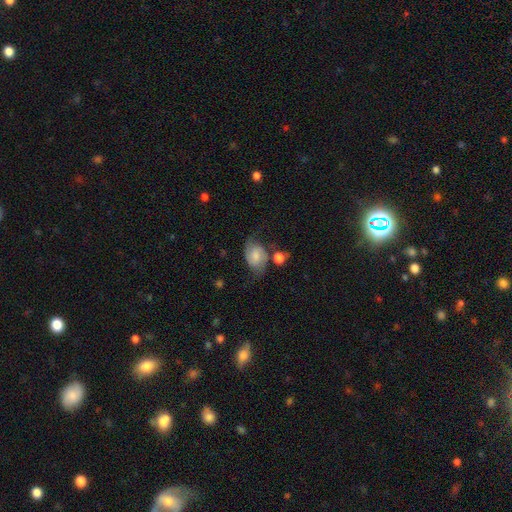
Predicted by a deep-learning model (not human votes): The model was most divided on "smooth or featured": featured or disk: 48%, smooth: 43%, star or artifact: 9%. More confident: merging — none (51%).